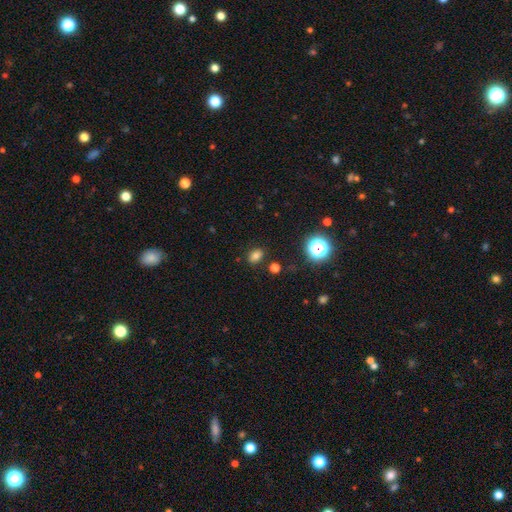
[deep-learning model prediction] This appears to be a smooth galaxy with no disk features (75%) that is in between round and cigar-shaped (63%). Merging: none (84%).